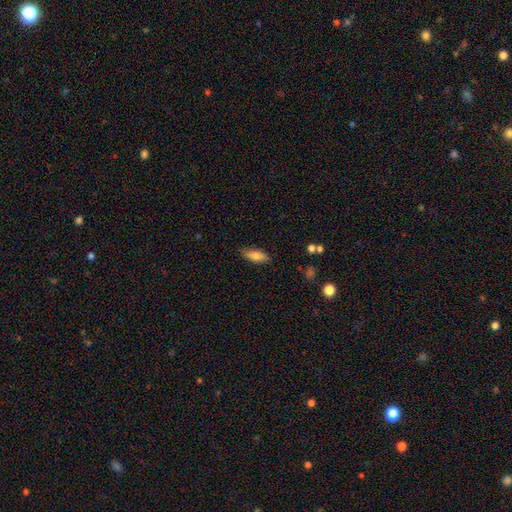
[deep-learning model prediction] A smooth galaxy with no disk features (78%) that is in between round and cigar-shaped (64%).

Vote fractions:
- Smooth or featured? smooth: 78% / featured or disk: 15% / star or artifact: 7%
- How rounded? in between: 64% / cigar-shaped: 34% / round: 2%
- Merging? none: 85% / minor disturbance: 11% / major disturbance: 2% / merger: 1%